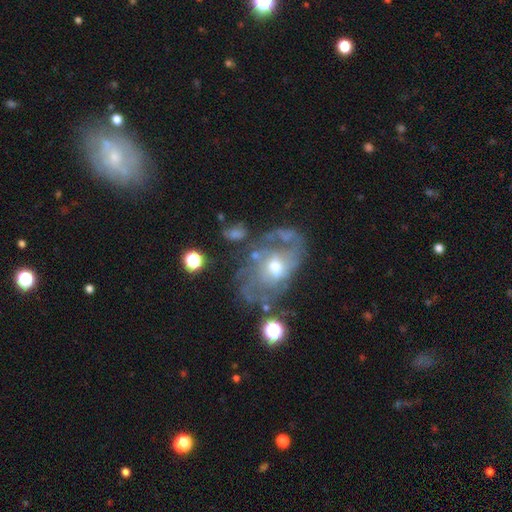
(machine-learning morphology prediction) Overall: featured or disk (76%). Edge-on disk: no (96%). Bar: no (54%; weak 37%). Spiral arms: yes (71%). Spiral arm count: can't tell (50%; 2 24%). Spiral winding: tight (39%, tied with medium). Bulge size: moderate (62%; small 29%). Merging: none (47%; major disturbance 23%).